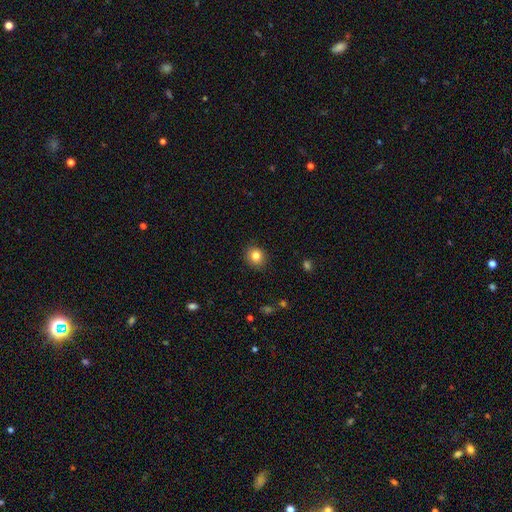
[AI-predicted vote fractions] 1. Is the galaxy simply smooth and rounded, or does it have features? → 82% smooth, 11% star or artifact, 7% featured or disk.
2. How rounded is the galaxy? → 79% round, 20% in between, 1% cigar-shaped.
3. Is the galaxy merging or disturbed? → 89% none, 8% minor disturbance, 2% major disturbance, 1% merger.